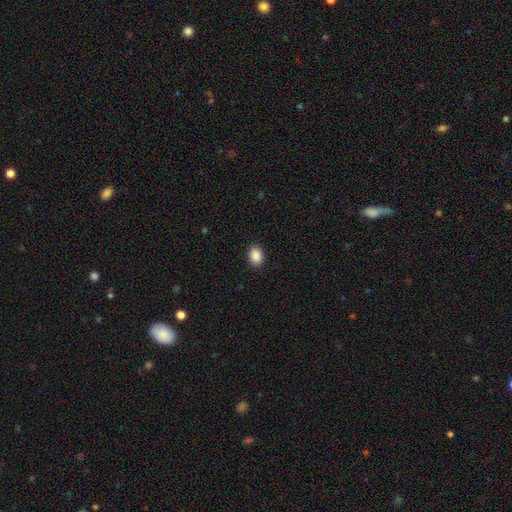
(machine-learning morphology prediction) smooth 90%, star or artifact 8%, featured or disk 2%. Down the decision tree: how rounded — in between (73%); merging — none (89%).